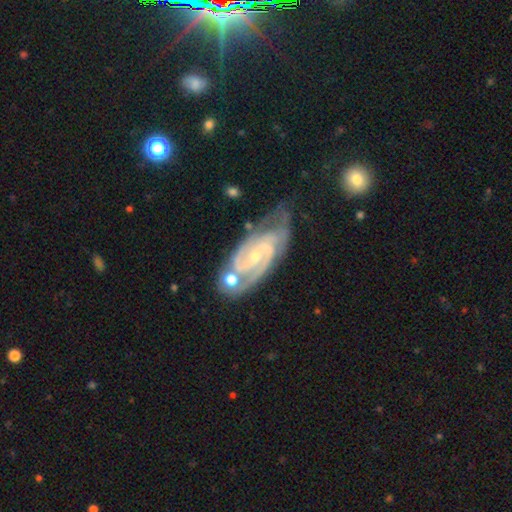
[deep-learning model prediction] Smooth or featured? featured or disk (91%)
Edge-on disk? no (96%)
Bar? weak (45%)
Spiral arms? yes (98%)
Spiral winding? tight (52%)
Spiral arm count? 2 (78%)
Bulge size? small (72%)
Merging? none (56%)